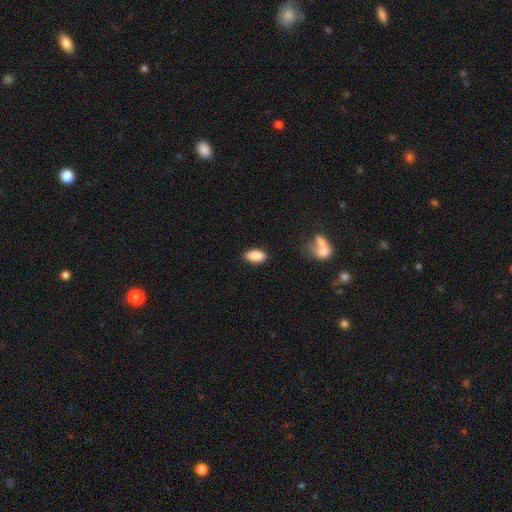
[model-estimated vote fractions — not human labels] Smooth or featured?
  - smooth: 88% *
  - star or artifact: 7%
  - featured or disk: 4%
How rounded?
  - in between: 92% *
  - cigar-shaped: 4%
  - round: 3%
Merging?
  - none: 84% *
  - minor disturbance: 11%
  - major disturbance: 3%
  - merger: 2%